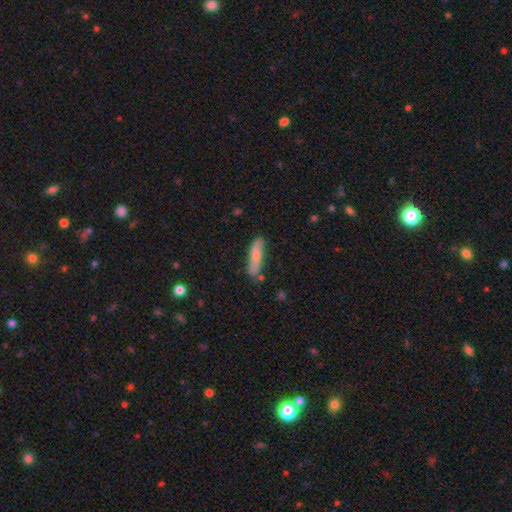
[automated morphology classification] Smooth or featured? smooth (77%)
How rounded? cigar-shaped (76%)
Merging? none (74%)